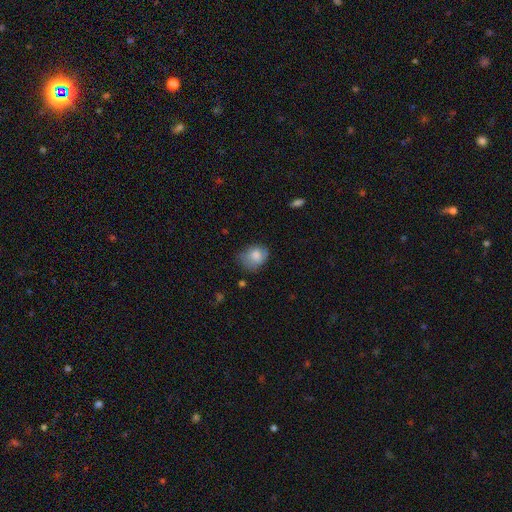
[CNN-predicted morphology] Smooth or featured? smooth (79%)
How rounded? in between (53%)
Merging? none (49%)